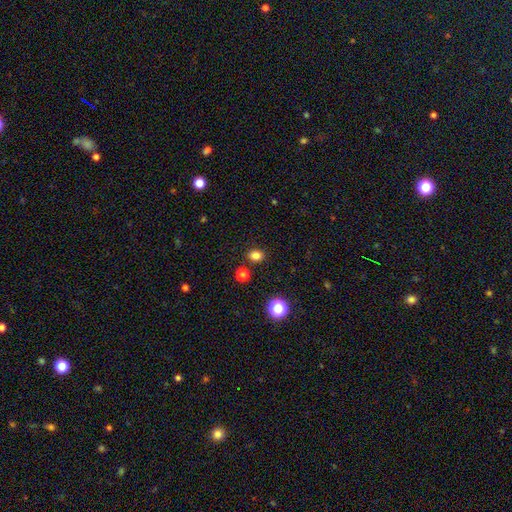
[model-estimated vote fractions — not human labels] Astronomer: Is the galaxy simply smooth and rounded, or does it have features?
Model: smooth — 81%.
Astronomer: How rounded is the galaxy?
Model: round — 52% (runner-up: in between, 47%).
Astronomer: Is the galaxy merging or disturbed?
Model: none — 86%.